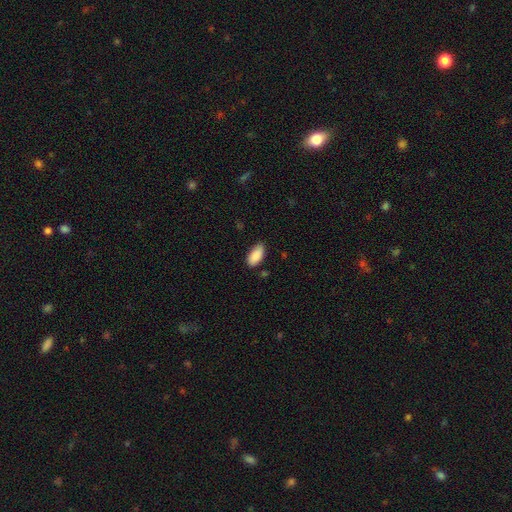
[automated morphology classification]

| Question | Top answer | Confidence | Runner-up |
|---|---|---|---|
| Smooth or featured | smooth | 90% | star or artifact (6%) |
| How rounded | in between | 92% | cigar-shaped (6%) |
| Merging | none | 80% | minor disturbance (16%) |